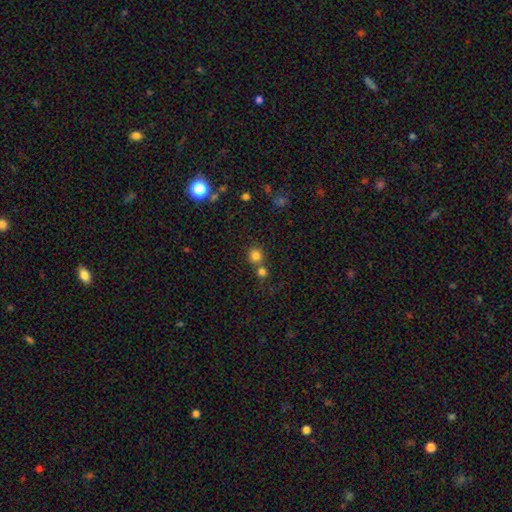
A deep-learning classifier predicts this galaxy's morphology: smooth 80%, star or artifact 14%, featured or disk 6%. Down the decision tree: how rounded — round (89%); merging — none (62%).